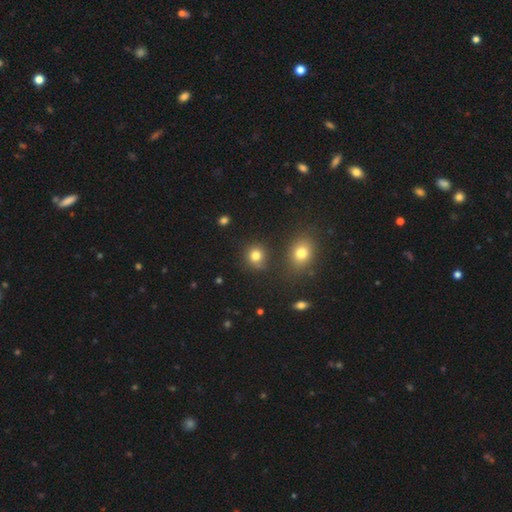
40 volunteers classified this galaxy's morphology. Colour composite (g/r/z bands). It shows a smooth galaxy with no disk features (82%) that is round (97%). Merging: none (80%).